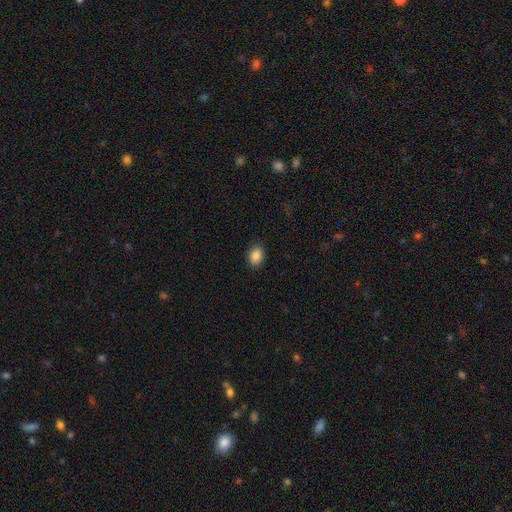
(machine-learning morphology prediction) Smooth or featured? smooth (88%)
How rounded? in between (76%)
Merging? none (89%)